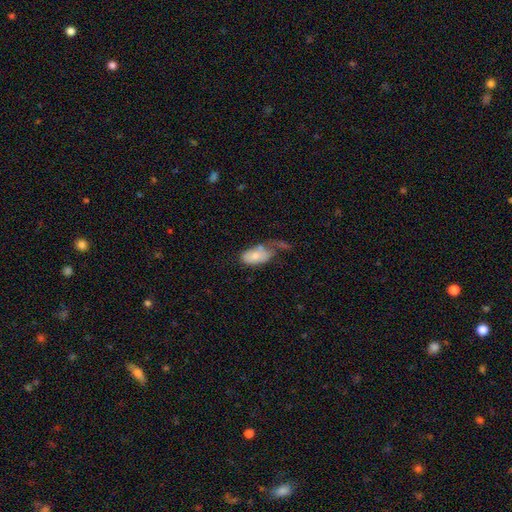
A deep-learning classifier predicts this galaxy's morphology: Smooth or featured?
  - smooth: 72% *
  - featured or disk: 21%
  - star or artifact: 7%
How rounded?
  - in between: 93% *
  - cigar-shaped: 4%
  - round: 4%
Merging?
  - major disturbance: 31% *
  - minor disturbance: 26%
  - none: 25%
  - merger: 17%